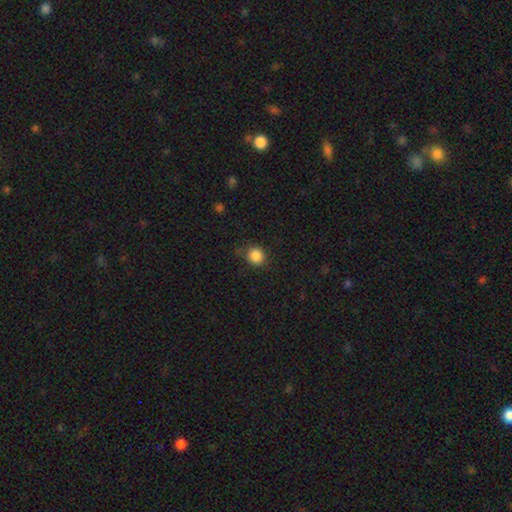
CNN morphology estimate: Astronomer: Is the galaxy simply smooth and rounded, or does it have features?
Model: smooth — 86%.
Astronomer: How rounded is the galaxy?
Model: round — 86%.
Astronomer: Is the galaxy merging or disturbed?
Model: none — 79%.